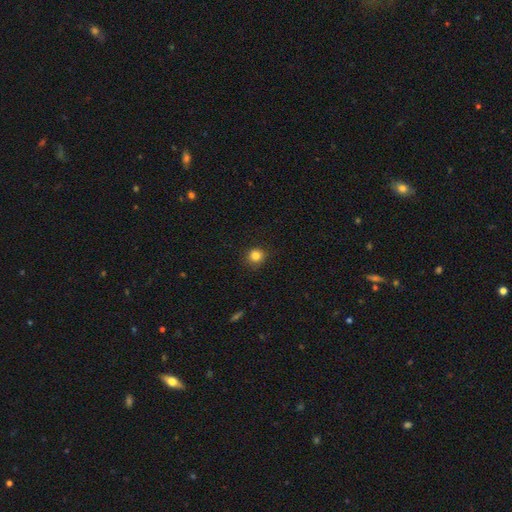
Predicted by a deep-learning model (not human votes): smooth 83%, star or artifact 12%, featured or disk 5%. Down the decision tree: how rounded — round (90%); merging — none (86%).